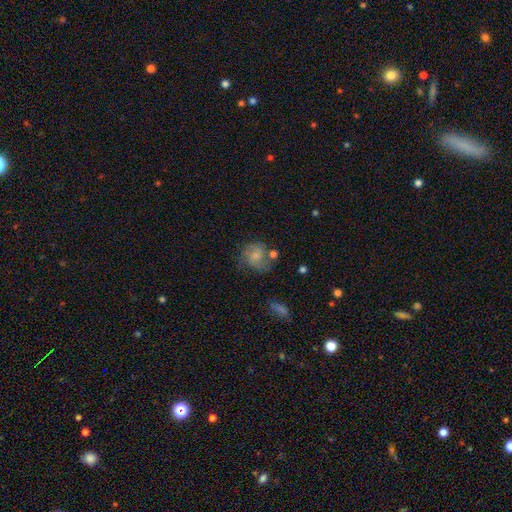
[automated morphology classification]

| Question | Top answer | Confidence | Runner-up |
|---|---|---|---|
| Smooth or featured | smooth | 53% | featured or disk (38%) |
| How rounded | round | 67% | in between (32%) |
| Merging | none | 48% | minor disturbance (25%) |